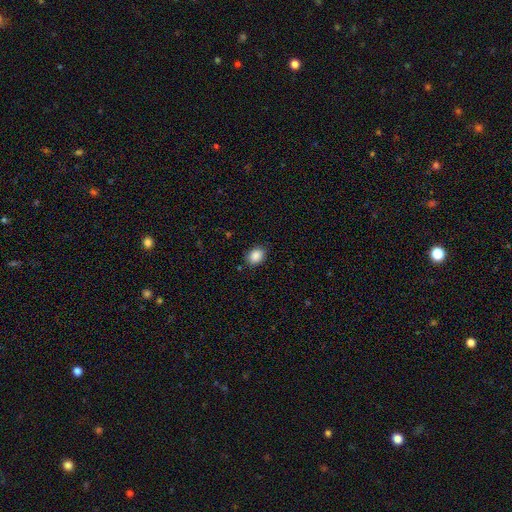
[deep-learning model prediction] Smooth or featured? Predicted: smooth (p=0.88). How rounded? Predicted: in between (p=0.62). Merging? Predicted: none (p=0.85).